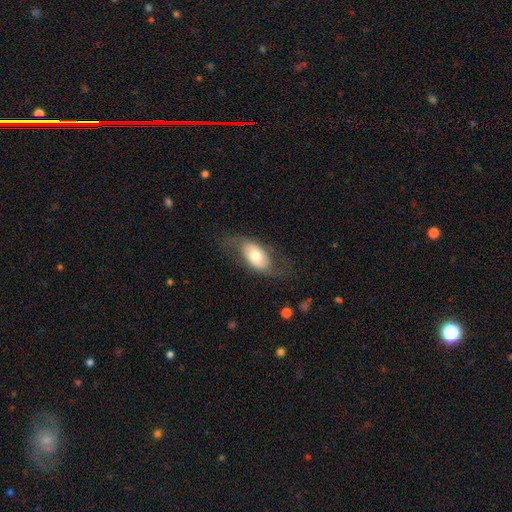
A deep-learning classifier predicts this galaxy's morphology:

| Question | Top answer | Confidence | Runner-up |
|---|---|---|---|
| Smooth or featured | featured or disk | 50% | smooth (44%) |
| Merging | none | 64% | minor disturbance (20%) |